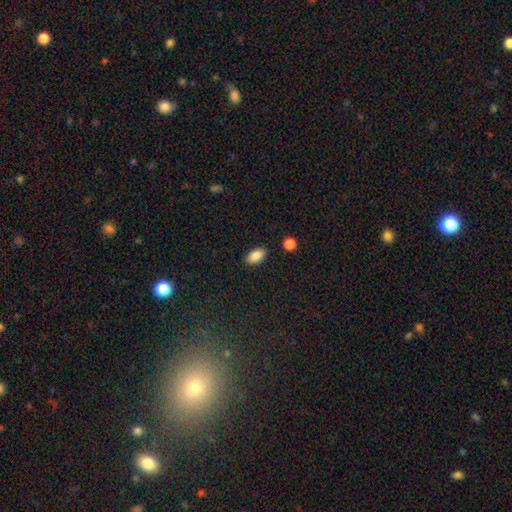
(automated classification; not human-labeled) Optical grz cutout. It shows a smooth galaxy with no disk features (88%) that is in between round and cigar-shaped (93%). Merging: none (87%).